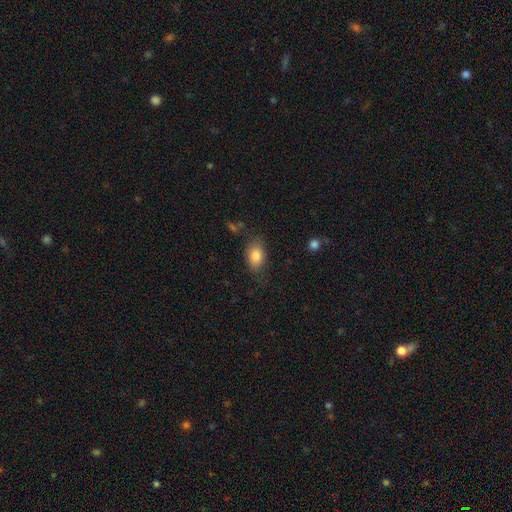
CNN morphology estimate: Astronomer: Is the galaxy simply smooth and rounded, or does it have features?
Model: smooth — 84%.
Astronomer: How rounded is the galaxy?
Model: in between — 82%.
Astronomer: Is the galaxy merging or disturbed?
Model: none — 75%.